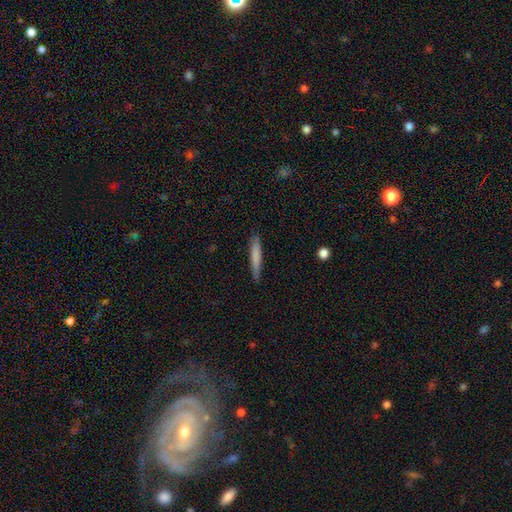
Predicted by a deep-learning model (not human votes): smooth-or-featured: smooth: 74% | featured or disk: 20% | star or artifact: 6%
  how-rounded: cigar-shaped: 93% | in between: 6% | round: 1%
  merging: none: 85% | minor disturbance: 12% | major disturbance: 2% | merger: 1%